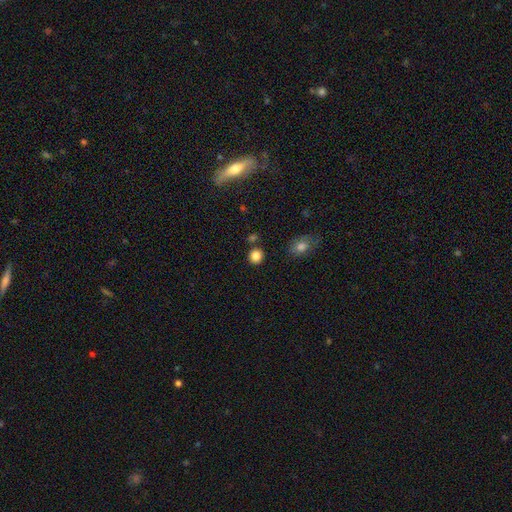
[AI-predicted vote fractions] Morphology: type=smooth (84%); roundness=round (86%); merging=none (83%).